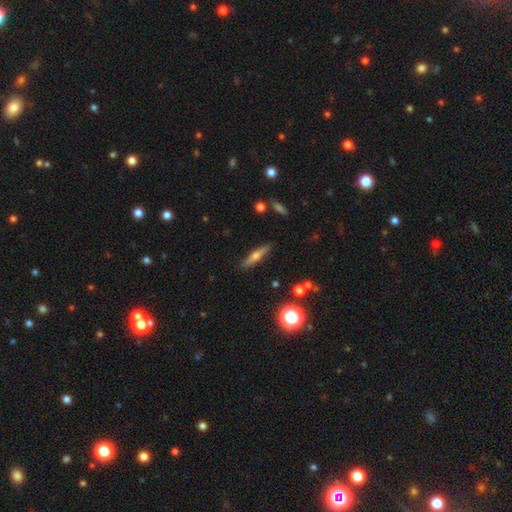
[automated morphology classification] smooth-or-featured: featured or disk: 52% | smooth: 39% | star or artifact: 9%
  disk-edge-on: yes: 94% | no: 6%
  merging: none: 88% | minor disturbance: 8% | major disturbance: 2% | merger: 2%